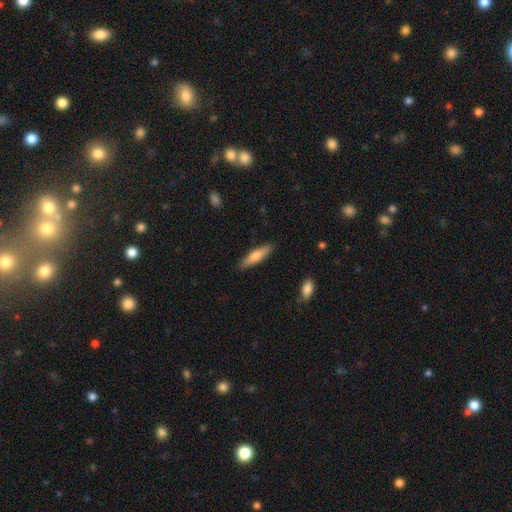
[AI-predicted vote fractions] smooth-or-featured: smooth: 68% | featured or disk: 26% | star or artifact: 6%
  how-rounded: cigar-shaped: 76% | in between: 23% | round: 2%
  merging: none: 88% | minor disturbance: 9% | major disturbance: 2% | merger: 1%